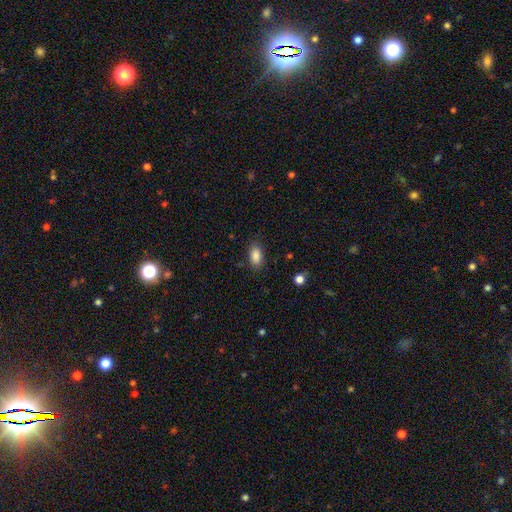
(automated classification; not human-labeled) Overall: smooth (87%). How rounded: in between (91%). Merging: none (84%).